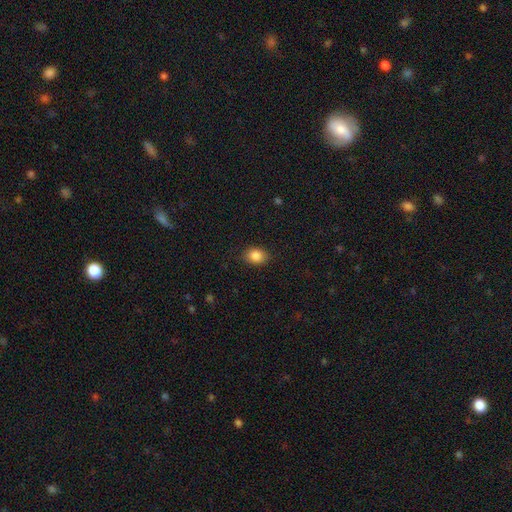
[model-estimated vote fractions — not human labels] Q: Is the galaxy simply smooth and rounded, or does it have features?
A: smooth — 86%.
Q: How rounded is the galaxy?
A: in between — 68%.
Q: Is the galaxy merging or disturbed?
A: none — 86%.